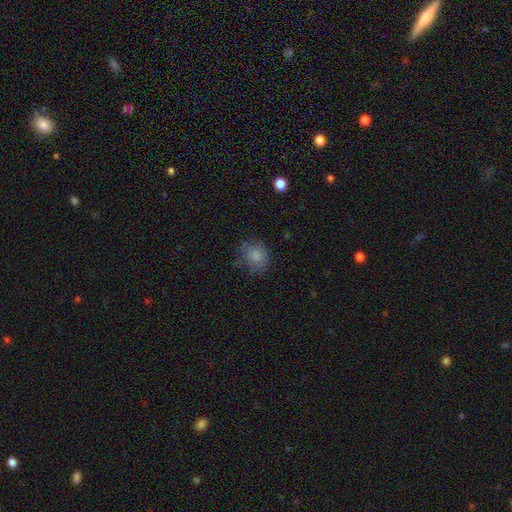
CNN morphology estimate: A smooth galaxy with no disk features (80%) that is round (70%).

Vote fractions:
- Smooth or featured? smooth: 80% / star or artifact: 11% / featured or disk: 9%
- How rounded? round: 70% / in between: 29% / cigar-shaped: 1%
- Merging? none: 67% / minor disturbance: 22% / major disturbance: 9% / merger: 2%